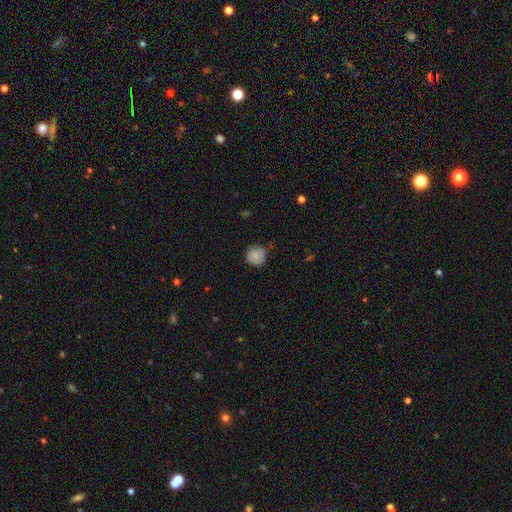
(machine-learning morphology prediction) Smooth or featured? smooth (87%)
How rounded? round (94%)
Merging? none (83%)